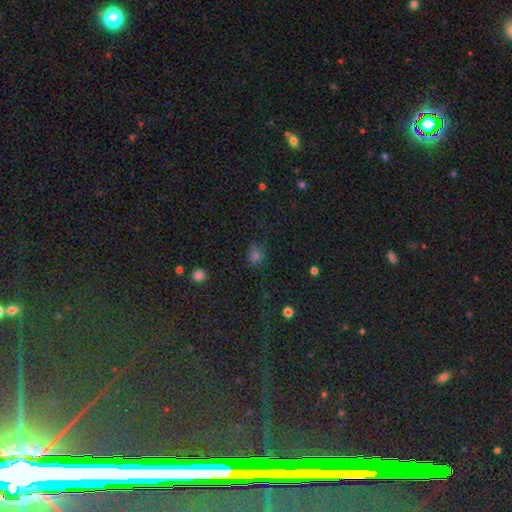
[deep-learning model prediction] smooth_or_featured: smooth (p=0.60) [alt: star or artifact p=0.32]
how_rounded: round (p=0.76) [alt: in between p=0.23]
merging: none (p=0.73) [alt: minor disturbance p=0.16]